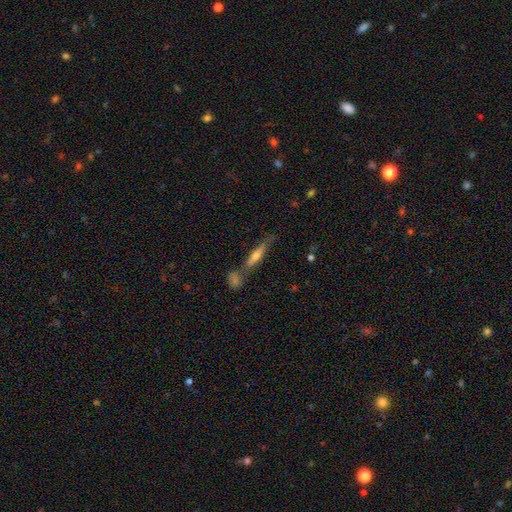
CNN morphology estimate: Smooth or featured? featured or disk (60%)
Edge-on disk? yes (91%)
Edge-on bulge? rounded (83%)
Merging? none (64%)